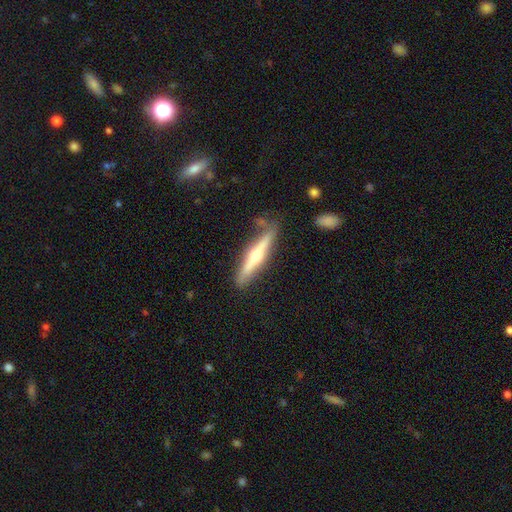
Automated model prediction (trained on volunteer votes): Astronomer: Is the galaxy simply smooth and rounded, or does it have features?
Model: featured or disk — 66%.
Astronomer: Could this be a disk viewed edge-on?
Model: yes — 95%.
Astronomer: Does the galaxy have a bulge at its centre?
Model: rounded — 90%.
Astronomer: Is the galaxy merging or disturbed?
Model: none — 80%.